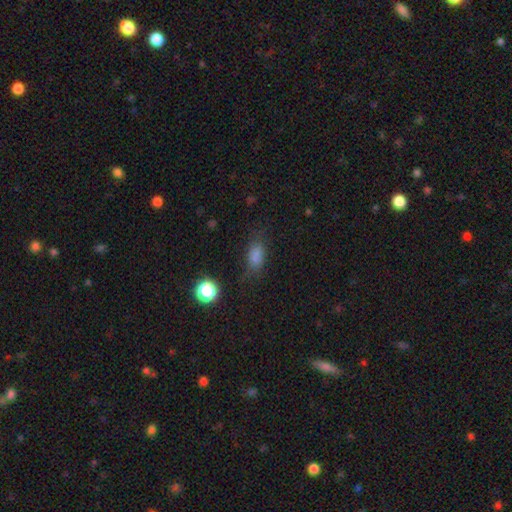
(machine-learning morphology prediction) type=smooth (78%); roundness=in between (82%); merging=none (66%).